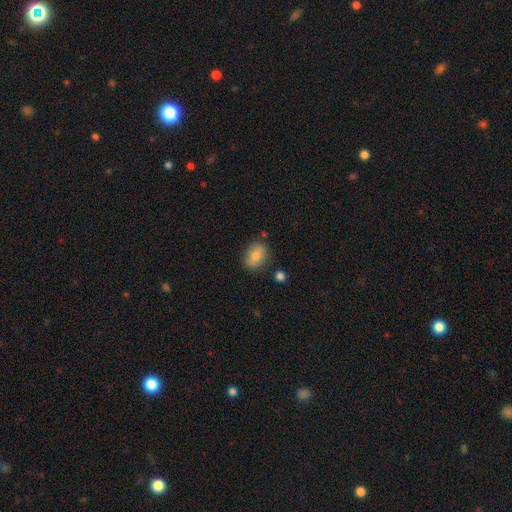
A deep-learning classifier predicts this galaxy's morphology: Smooth or featured? smooth (78%)
How rounded? in between (69%)
Merging? none (79%)